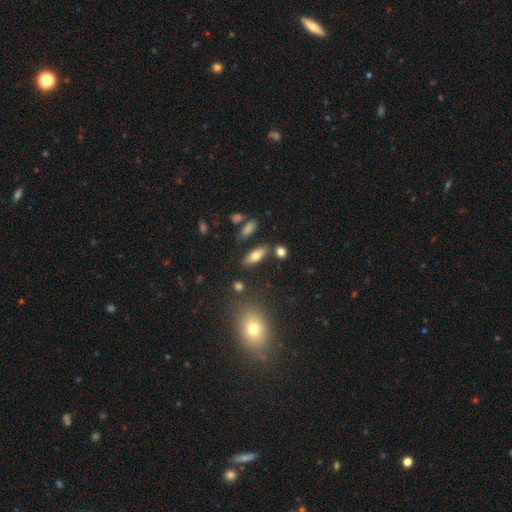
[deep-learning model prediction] Smooth or featured?
  - smooth: 71% *
  - featured or disk: 20%
  - star or artifact: 8%
How rounded?
  - in between: 74% *
  - cigar-shaped: 23%
  - round: 3%
Merging?
  - none: 77% *
  - minor disturbance: 12%
  - merger: 7%
  - major disturbance: 3%